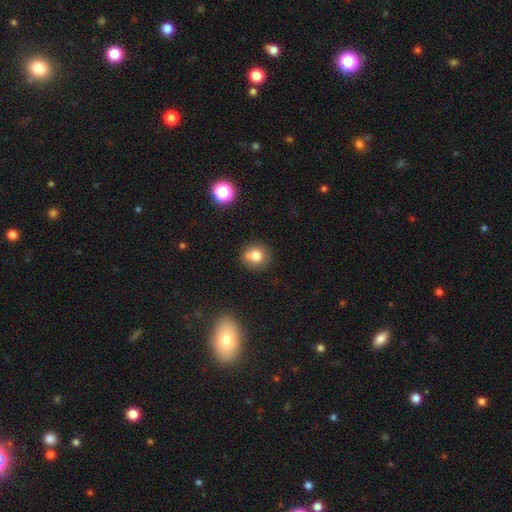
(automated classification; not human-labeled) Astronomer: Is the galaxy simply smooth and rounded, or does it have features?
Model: smooth — 79%.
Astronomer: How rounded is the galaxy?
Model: round — 82%.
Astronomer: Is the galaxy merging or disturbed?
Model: none — 72%.